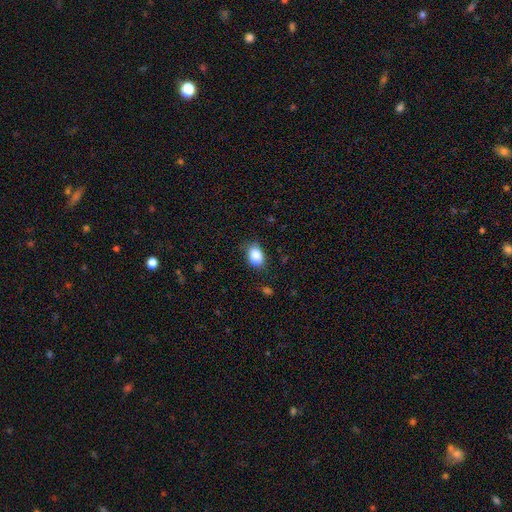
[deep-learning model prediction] This appears to be a smooth galaxy with no disk features (86%) that is in between round and cigar-shaped (76%). Merging: none (78%).